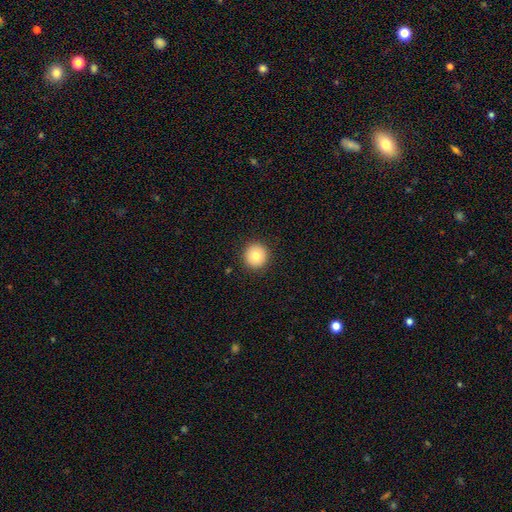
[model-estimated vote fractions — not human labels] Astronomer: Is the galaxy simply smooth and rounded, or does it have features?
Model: smooth — 81%.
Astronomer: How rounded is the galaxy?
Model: round — 95%.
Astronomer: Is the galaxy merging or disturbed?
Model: none — 92%.